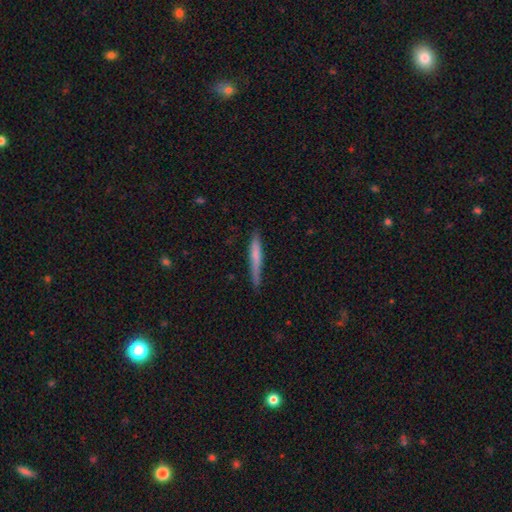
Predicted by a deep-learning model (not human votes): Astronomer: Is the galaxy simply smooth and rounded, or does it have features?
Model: smooth — 65%.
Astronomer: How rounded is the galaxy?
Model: cigar-shaped — 95%.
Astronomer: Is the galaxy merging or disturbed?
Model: none — 80%.